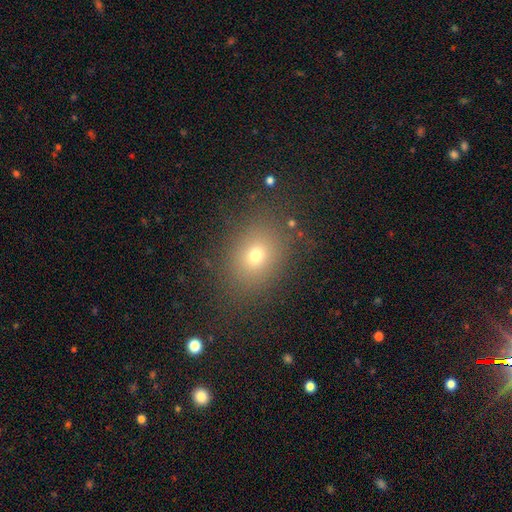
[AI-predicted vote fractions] This appears to be a smooth galaxy with no disk features (69%) that is in between round and cigar-shaped (54%). Merging: none (83%).